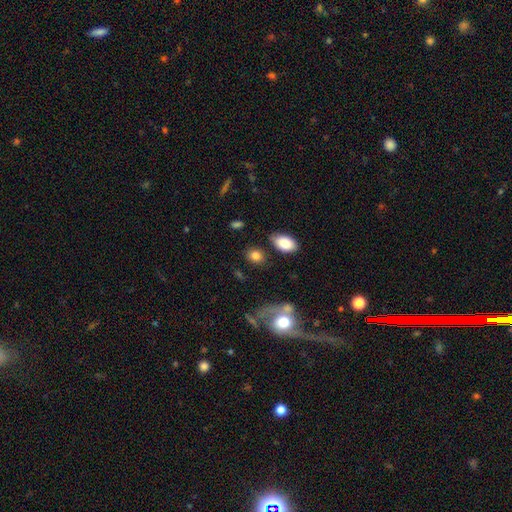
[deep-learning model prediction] Smooth or featured?
  - smooth: 82% *
  - star or artifact: 9%
  - featured or disk: 8%
How rounded?
  - in between: 53% *
  - round: 45%
  - cigar-shaped: 2%
Merging?
  - none: 74% *
  - minor disturbance: 15%
  - merger: 6%
  - major disturbance: 6%